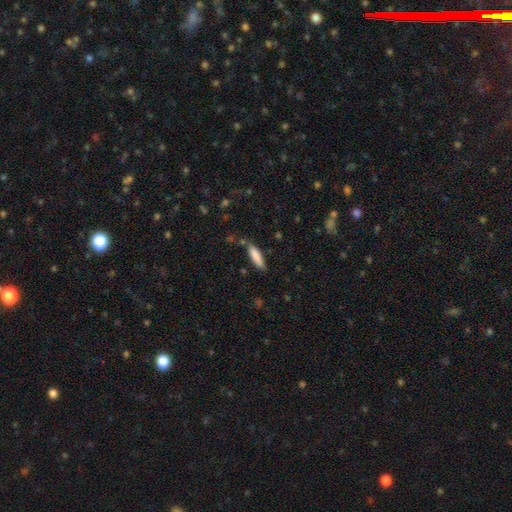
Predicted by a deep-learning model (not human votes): This appears to be a smooth galaxy with no disk features (84%) that is cigar-shaped (70%). Merging: none (78%).